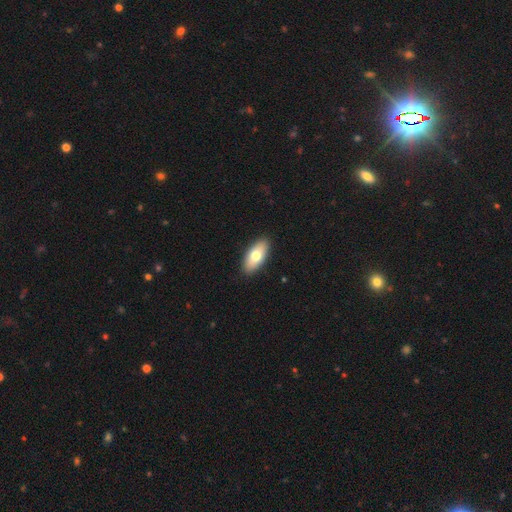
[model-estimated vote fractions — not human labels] Morphology: type=smooth (74%); roundness=in between (87%); merging=none (91%).